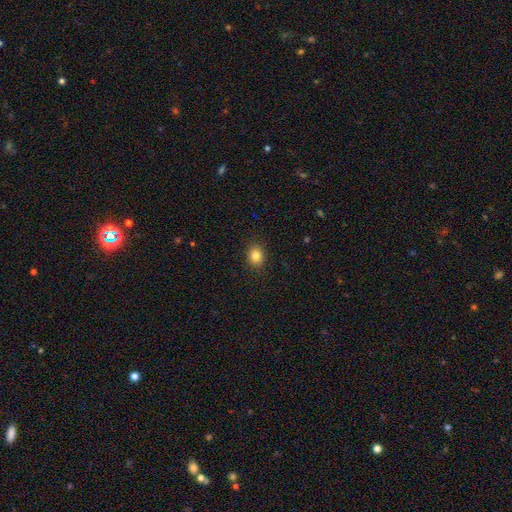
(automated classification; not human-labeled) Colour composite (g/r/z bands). It shows a smooth galaxy with no disk features (83%) that is round (67%). Merging: none (90%).